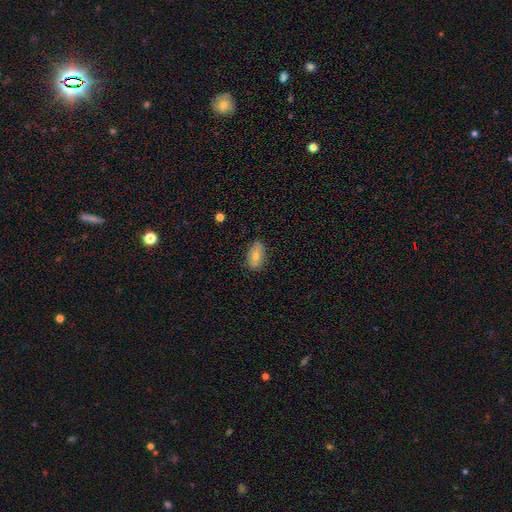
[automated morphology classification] smooth 71%, featured or disk 21%, star or artifact 8%. Down the decision tree: how rounded — in between (89%); merging — none (72%).